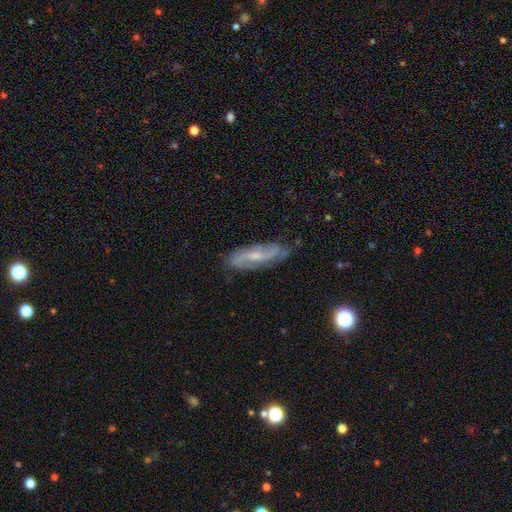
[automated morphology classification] Overall: featured or disk (76%). Edge-on disk: no (84%). Bar: weak (46%; no 36%). Spiral arms: yes (93%). Spiral arm count: 2 (82%). Spiral winding: medium (41%; loose 37%). Bulge size: small (56%; moderate 33%). Merging: none (77%).